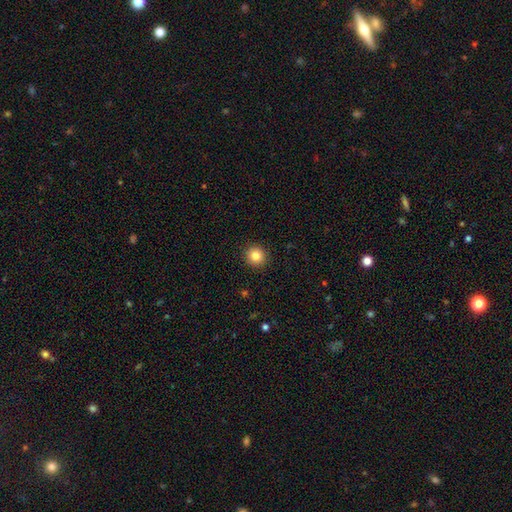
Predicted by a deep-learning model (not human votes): smooth-or-featured: smooth: 83% | star or artifact: 11% | featured or disk: 6%
  how-rounded: round: 94% | in between: 5% | cigar-shaped: 1%
  merging: none: 93% | minor disturbance: 5% | major disturbance: 2% | merger: 1%